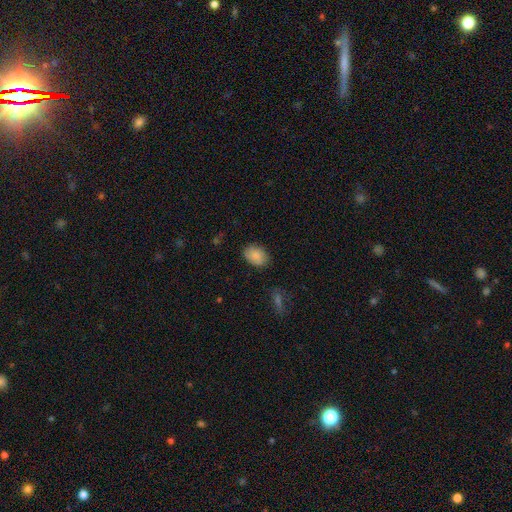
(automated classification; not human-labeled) Q: Smooth or featured?
A: smooth (82%); runner-up: featured or disk (11%)
Q: How rounded?
A: in between (77%); runner-up: round (22%)
Q: Merging?
A: none (81%); runner-up: minor disturbance (15%)